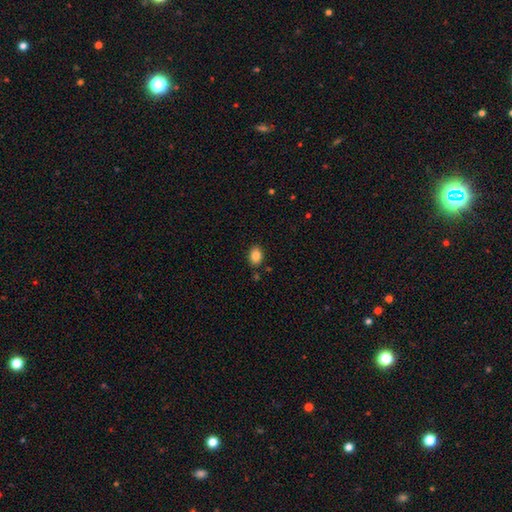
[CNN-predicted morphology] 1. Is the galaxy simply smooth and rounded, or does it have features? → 86% smooth, 9% star or artifact, 5% featured or disk.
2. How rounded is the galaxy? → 71% in between, 28% round, 1% cigar-shaped.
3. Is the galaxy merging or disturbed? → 86% none, 9% minor disturbance, 3% merger, 2% major disturbance.